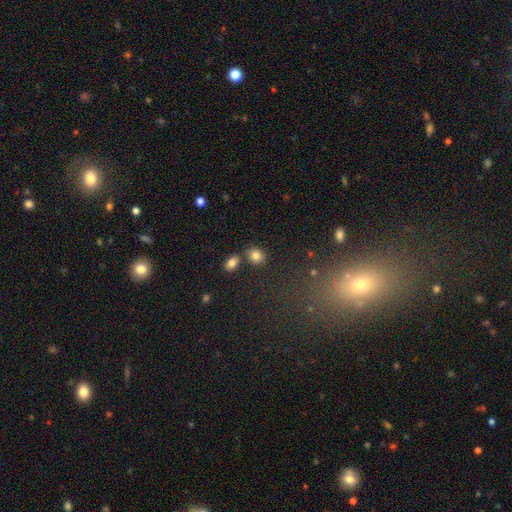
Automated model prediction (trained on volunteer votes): smooth_or_featured: smooth (p=0.83) [alt: star or artifact p=0.10]
how_rounded: round (p=0.54) [alt: in between p=0.44]
merging: none (p=0.69) [alt: merger p=0.18]